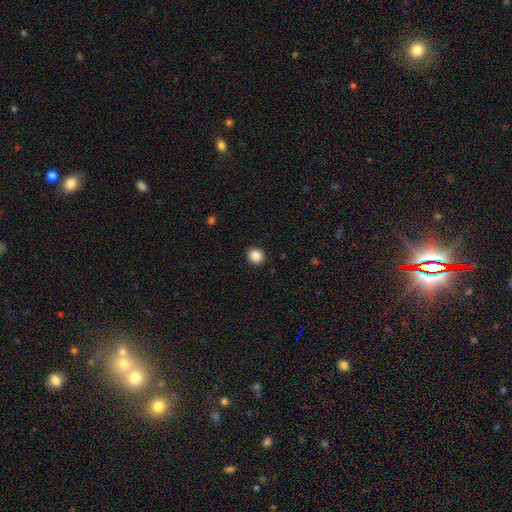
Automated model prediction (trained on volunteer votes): A smooth galaxy with no disk features (88%) that is round (80%).

Vote fractions:
- Smooth or featured? smooth: 88% / star or artifact: 9% / featured or disk: 2%
- How rounded? round: 80% / in between: 19% / cigar-shaped: 1%
- Merging? none: 92% / minor disturbance: 6% / major disturbance: 2% / merger: 1%